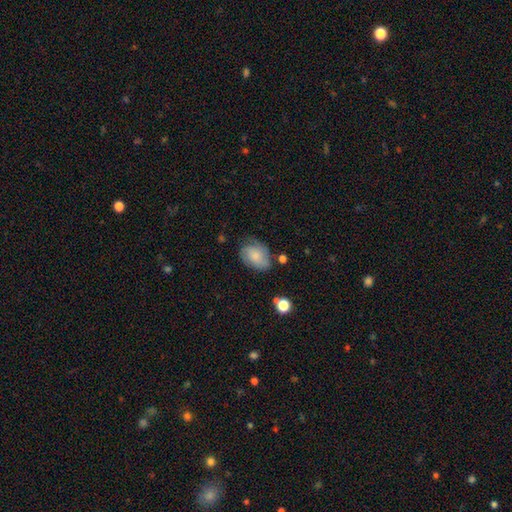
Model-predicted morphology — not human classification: Smooth or featured?
  - smooth: 67% *
  - featured or disk: 25%
  - star or artifact: 8%
How rounded?
  - in between: 76% *
  - round: 23%
  - cigar-shaped: 1%
Merging?
  - none: 61% *
  - minor disturbance: 27%
  - major disturbance: 9%
  - merger: 3%